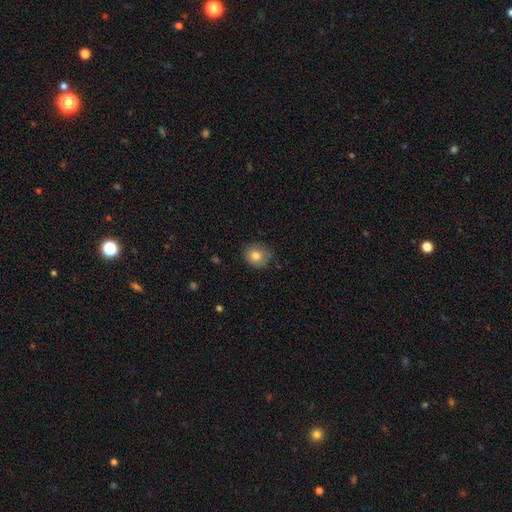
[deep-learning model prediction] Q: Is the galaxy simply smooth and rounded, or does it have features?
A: smooth — 81%.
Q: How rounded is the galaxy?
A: round — 82%.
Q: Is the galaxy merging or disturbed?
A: none — 74%.